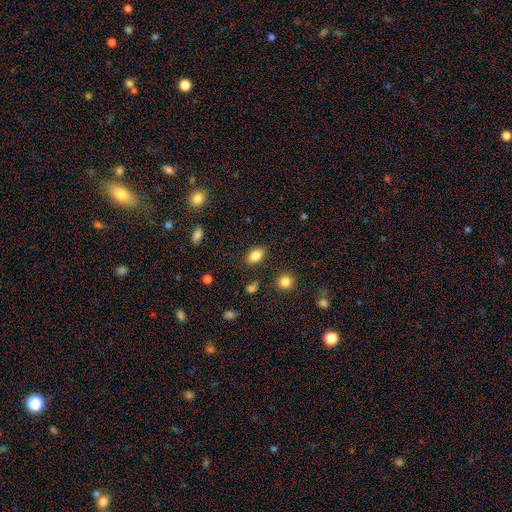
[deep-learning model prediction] A smooth galaxy with no disk features (84%) that is in between round and cigar-shaped (80%). Merging: none (84%).